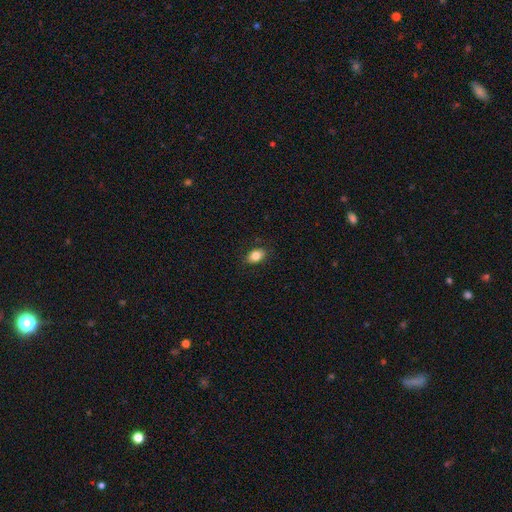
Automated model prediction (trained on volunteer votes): Smooth or featured? smooth (82%)
How rounded? in between (83%)
Merging? none (86%)